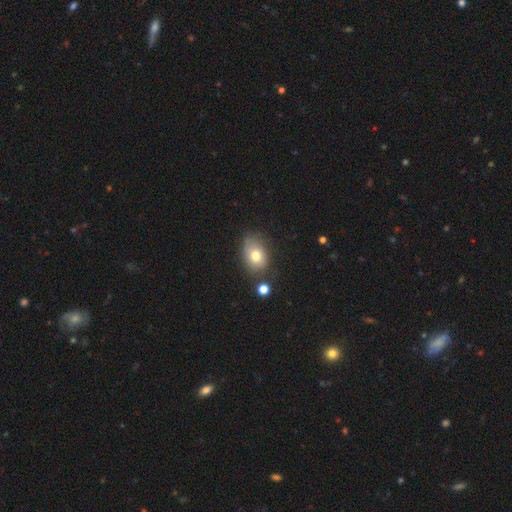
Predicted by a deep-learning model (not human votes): Morphology: type=smooth (75%); roundness=in between (73%); merging=none (66%).